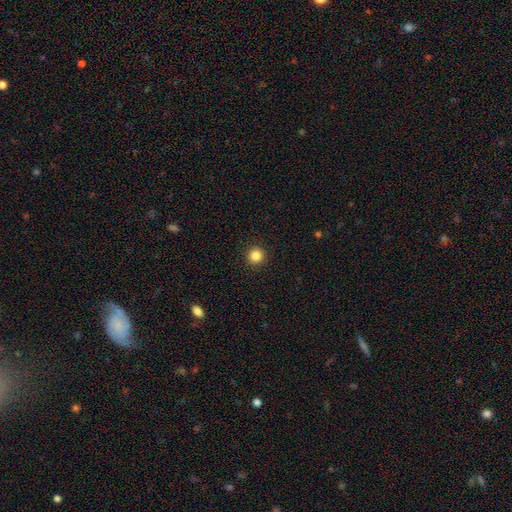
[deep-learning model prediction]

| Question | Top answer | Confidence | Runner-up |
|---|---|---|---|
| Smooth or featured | smooth | 85% | star or artifact (12%) |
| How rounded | round | 96% | in between (3%) |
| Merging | none | 93% | minor disturbance (4%) |